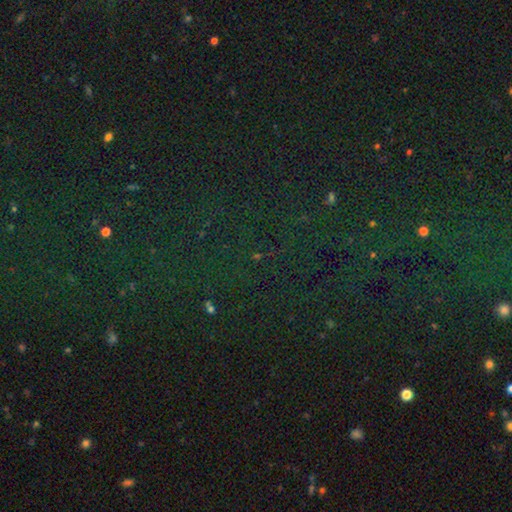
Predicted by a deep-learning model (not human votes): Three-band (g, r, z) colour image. It shows a star or artifact, not a galaxy (80%).